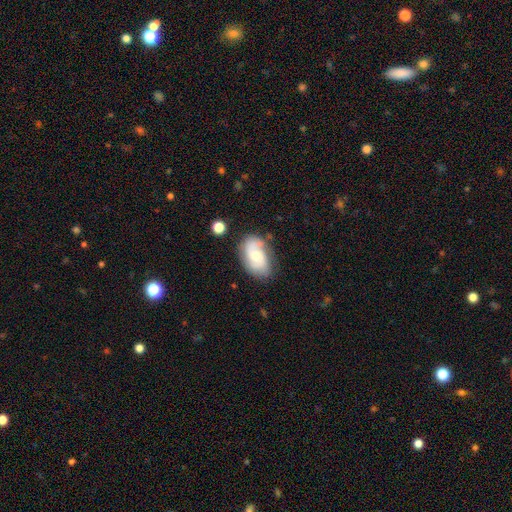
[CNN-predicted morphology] A featured or disk galaxy (59%) with no bar (66%), spiral arms (87%) and a moderate central bulge (56%).

Vote fractions:
- Smooth or featured? featured or disk: 59% / smooth: 33% / star or artifact: 7%
- Edge-on disk? no: 96% / yes: 4%
- Bar? no: 66% / weak: 29% / strong: 4%
- Spiral arms? yes: 87% / no: 13%
- Bulge size? moderate: 56% / small: 36% / large: 5% / none: 2% / dominant: 1%
- Merging? none: 68% / minor disturbance: 21% / major disturbance: 6% / merger: 5%